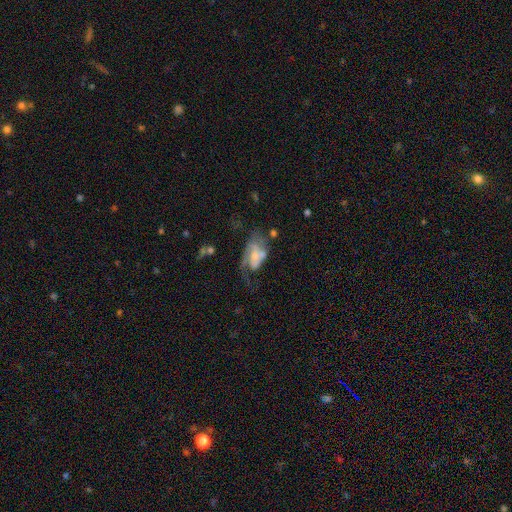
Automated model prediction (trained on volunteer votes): Overall: featured or disk (65%; smooth 27%). Edge-on disk: no (96%). Bar: no (61%; weak 30%). Spiral arms: yes (77%). Bulge size: small (42%; moderate 31%). Merging: major disturbance (42%; none 25%).